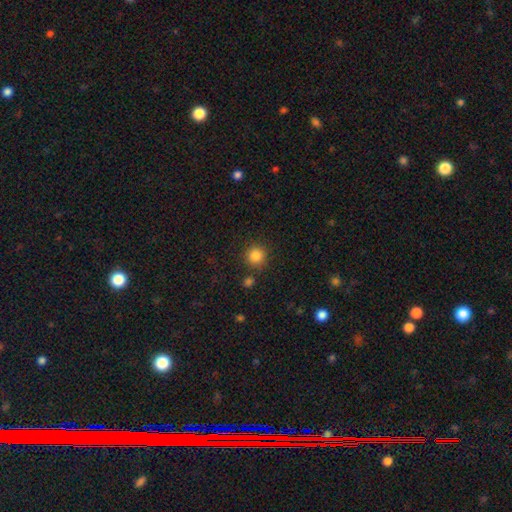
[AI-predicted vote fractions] smooth 84%, star or artifact 11%, featured or disk 4%. Down the decision tree: how rounded — round (94%); merging — none (85%).